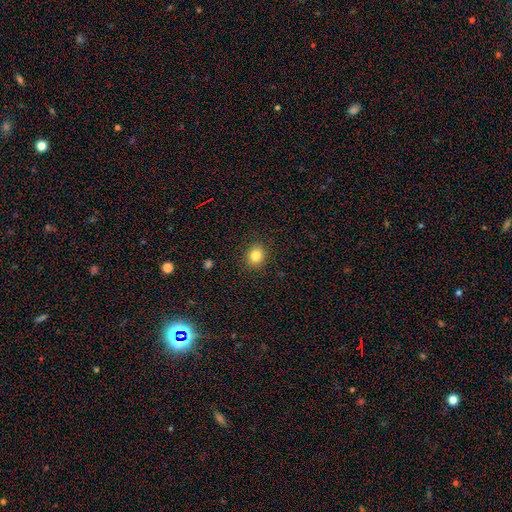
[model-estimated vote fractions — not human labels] The model was most divided on "how rounded": round: 70%, in between: 29%, cigar-shaped: 1%. More confident: merging — none (90%); smooth or featured — smooth (83%).